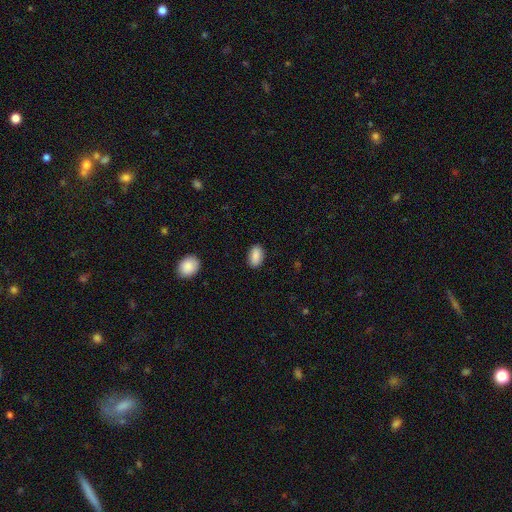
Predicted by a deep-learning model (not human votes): Q: Smooth or featured?
A: smooth (89%); runner-up: star or artifact (7%)
Q: How rounded?
A: in between (92%); runner-up: round (6%)
Q: Merging?
A: none (88%); runner-up: minor disturbance (9%)